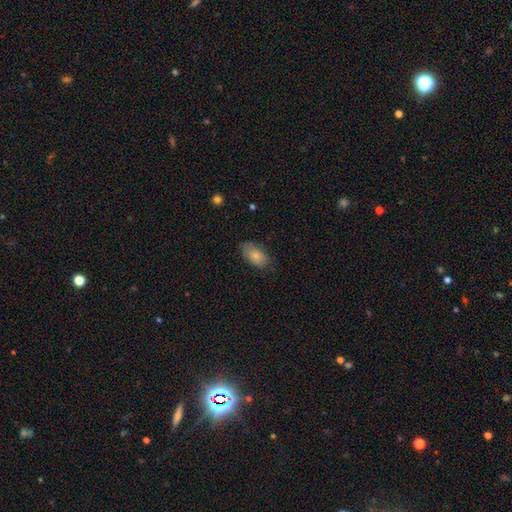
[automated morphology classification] The model was most divided on "merging": none: 73%, minor disturbance: 21%, major disturbance: 5%, merger: 1%. More confident: how rounded — in between (93%); smooth or featured — smooth (78%).